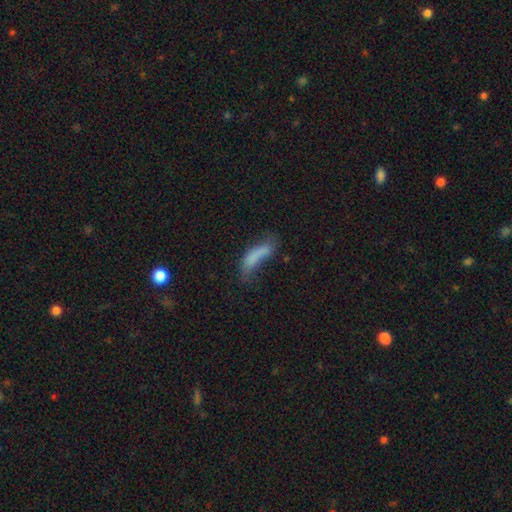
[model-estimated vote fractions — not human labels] Q: Smooth or featured?
A: smooth (68%); runner-up: featured or disk (21%)
Q: How rounded?
A: cigar-shaped (50%); runner-up: in between (47%)
Q: Merging?
A: major disturbance (34%); runner-up: none (31%)